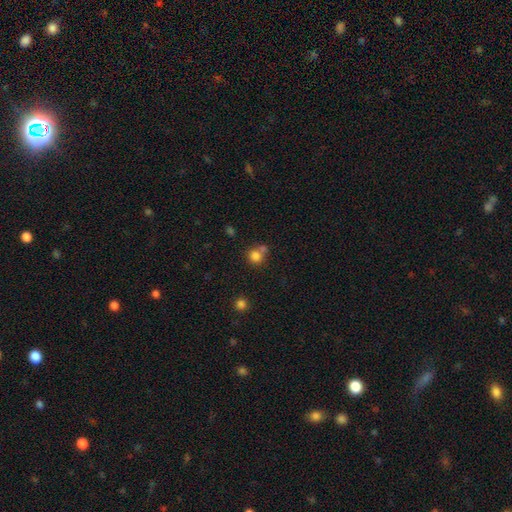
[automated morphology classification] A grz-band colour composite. It shows a smooth galaxy with no disk features (80%) that is round (86%). Merging: none (52%).